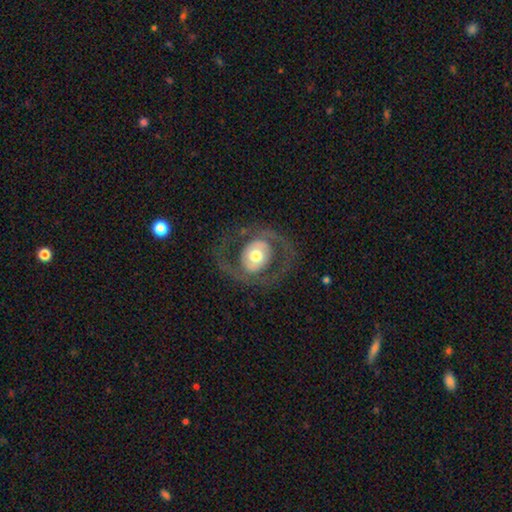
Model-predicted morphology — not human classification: Smooth or featured? featured or disk (71%)
Edge-on disk? no (96%)
Bar? no (67%)
Spiral arms? yes (61%)
Bulge size? moderate (61%)
Merging? none (71%)